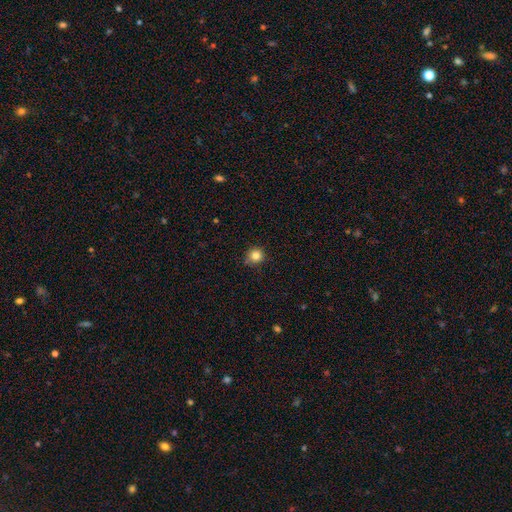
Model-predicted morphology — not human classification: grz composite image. It shows a smooth galaxy with no disk features (83%) that is round (93%). Merging: none (84%).